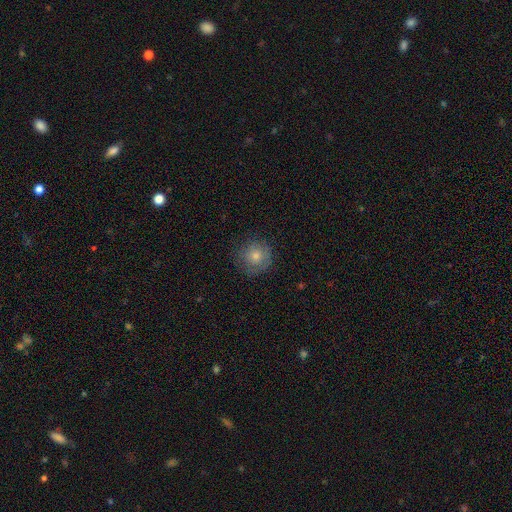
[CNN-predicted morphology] A smooth galaxy with no disk features (68%) that is round (94%). Merging: none (81%).